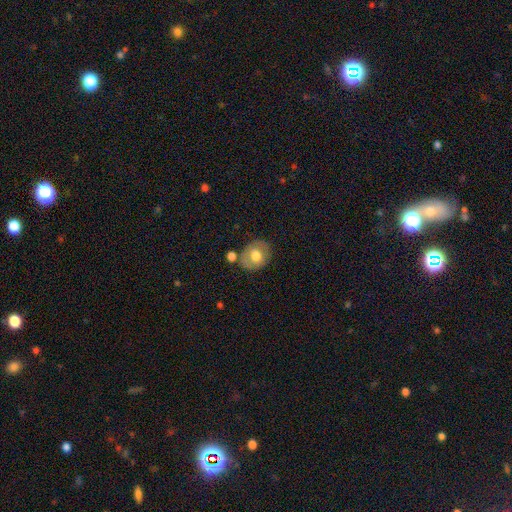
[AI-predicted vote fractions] Smooth or featured: smooth — 65% (featured or disk — 28%)
How rounded: round — 54% (in between — 45%)
Merging: none — 71% (minor disturbance — 16%)